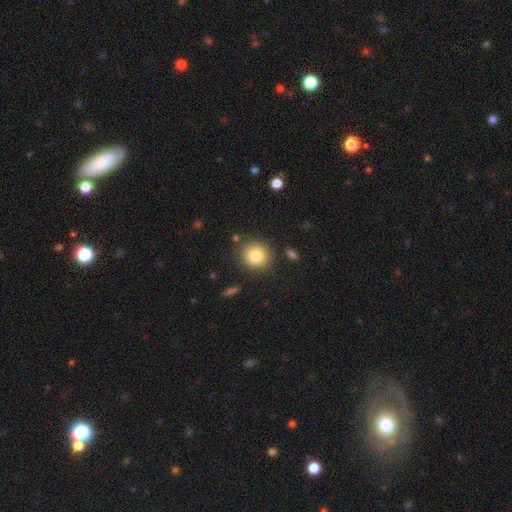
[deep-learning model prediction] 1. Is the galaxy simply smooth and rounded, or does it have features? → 81% smooth, 10% star or artifact, 9% featured or disk.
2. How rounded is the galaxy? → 86% round, 13% in between, 1% cigar-shaped.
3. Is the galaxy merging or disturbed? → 85% none, 9% minor disturbance, 3% merger, 3% major disturbance.